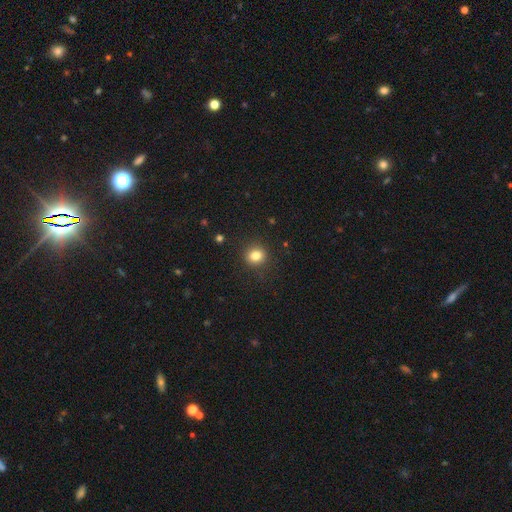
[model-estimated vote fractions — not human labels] This is clearly a smooth galaxy (82%). How rounded: clearly round (83%). Merging: clearly none (89%).